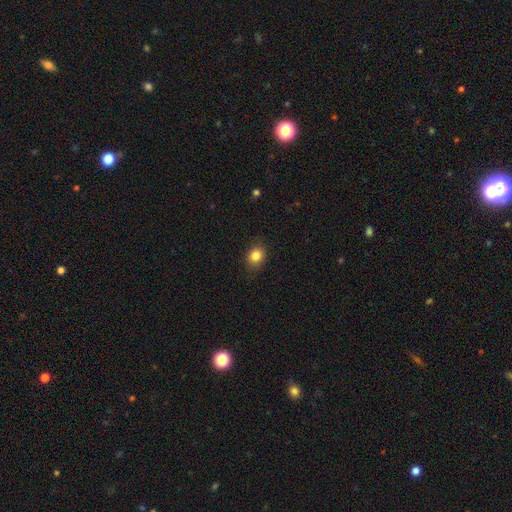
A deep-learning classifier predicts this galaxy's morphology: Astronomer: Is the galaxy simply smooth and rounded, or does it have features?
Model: smooth — 84%.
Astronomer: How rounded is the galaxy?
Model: round — 56% (runner-up: in between, 43%).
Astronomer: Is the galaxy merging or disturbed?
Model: none — 85%.